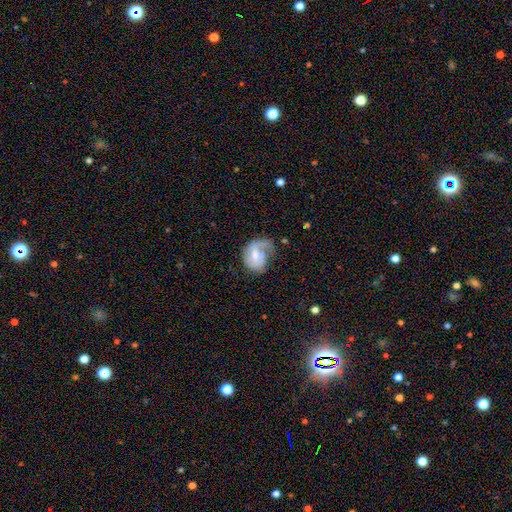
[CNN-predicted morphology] This appears to be a featured or disk galaxy (56%) with no bar (45%), spiral arms (80%) and a moderate central bulge (46%). Merging: major disturbance (35%).